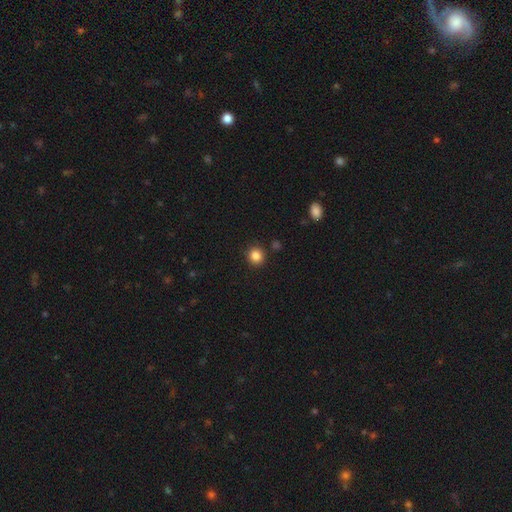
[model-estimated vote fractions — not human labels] Smooth or featured?
  - smooth: 85% *
  - star or artifact: 11%
  - featured or disk: 4%
How rounded?
  - round: 91% *
  - in between: 9%
  - cigar-shaped: 1%
Merging?
  - none: 90% *
  - minor disturbance: 6%
  - merger: 2%
  - major disturbance: 2%